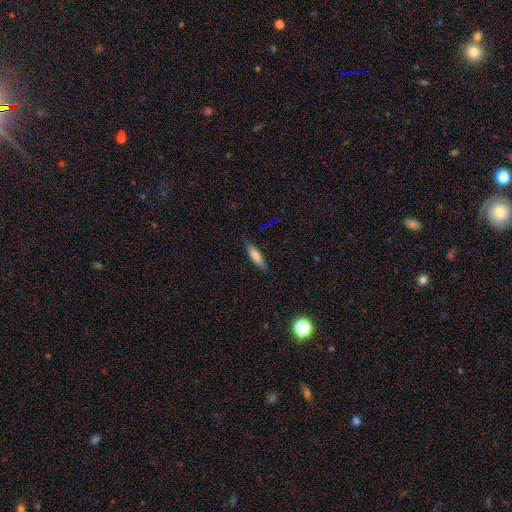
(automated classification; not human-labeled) Overall: smooth (75%). How rounded: cigar-shaped (60%; in between 38%). Merging: none (85%).